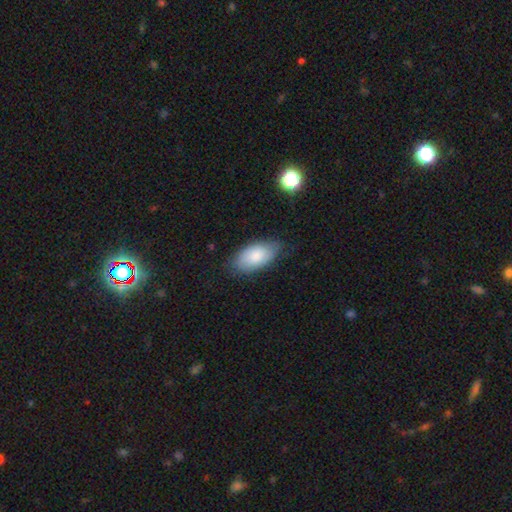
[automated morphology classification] smooth-or-featured: smooth: 79% | featured or disk: 14% | star or artifact: 7%
  how-rounded: in between: 94% | cigar-shaped: 3% | round: 3%
  merging: none: 74% | minor disturbance: 20% | major disturbance: 4% | merger: 1%